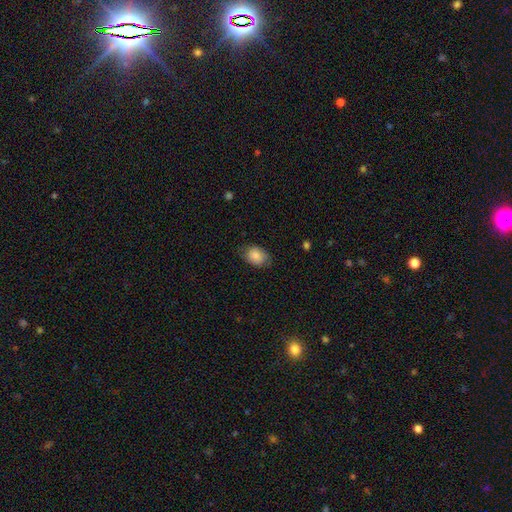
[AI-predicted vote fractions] A smooth galaxy with no disk features (84%) that is in between round and cigar-shaped (72%). Merging: none (74%).